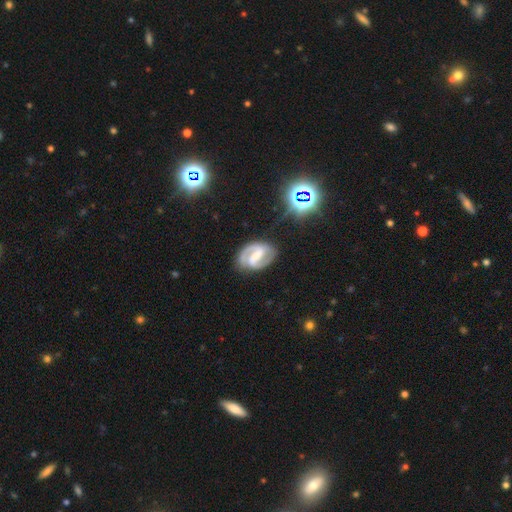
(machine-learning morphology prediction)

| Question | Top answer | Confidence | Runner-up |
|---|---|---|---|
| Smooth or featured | featured or disk | 89% | smooth (6%) |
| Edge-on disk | no | 98% | yes (2%) |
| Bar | strong | 51% | weak (38%) |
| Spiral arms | yes | 97% | no (3%) |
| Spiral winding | medium | 54% | tight (33%) |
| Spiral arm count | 2 | 92% | can't tell (3%) |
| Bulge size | small | 38% | moderate (35%) |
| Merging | none | 80% | minor disturbance (14%) |